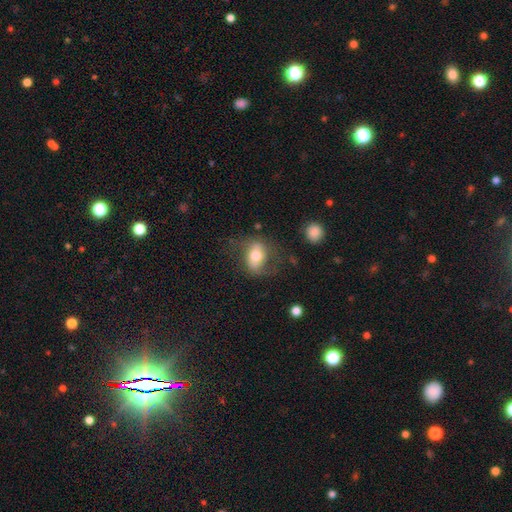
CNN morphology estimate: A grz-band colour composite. It shows a smooth galaxy with no disk features (55%) that is in between round and cigar-shaped (75%). Merging: none (55%).